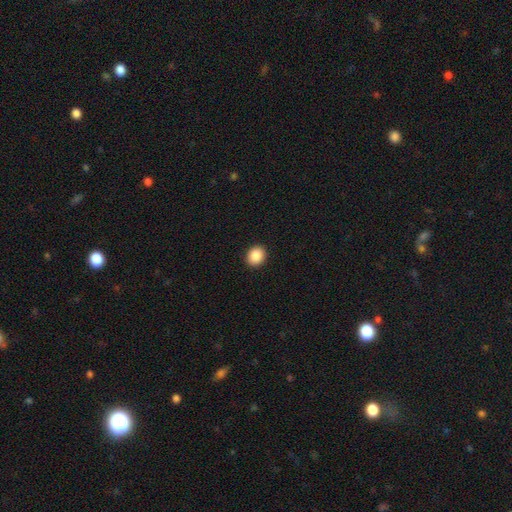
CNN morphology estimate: smooth 88%, star or artifact 8%, featured or disk 4%. Down the decision tree: how rounded — round (60%); merging — none (92%).